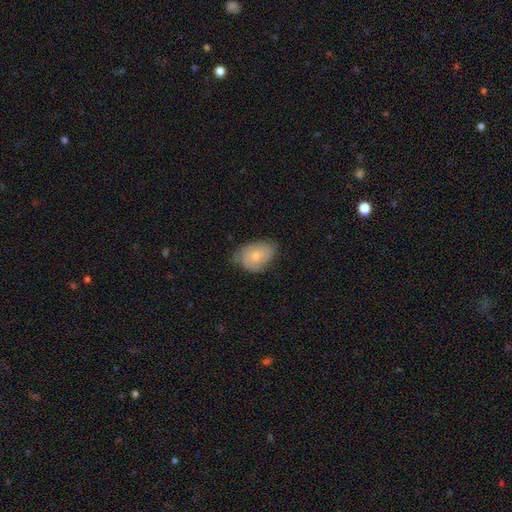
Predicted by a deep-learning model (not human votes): Smooth or featured?
  - smooth: 60% *
  - featured or disk: 33%
  - star or artifact: 7%
How rounded?
  - in between: 79% *
  - round: 20%
  - cigar-shaped: 1%
Merging?
  - none: 53% *
  - minor disturbance: 37%
  - major disturbance: 9%
  - merger: 1%